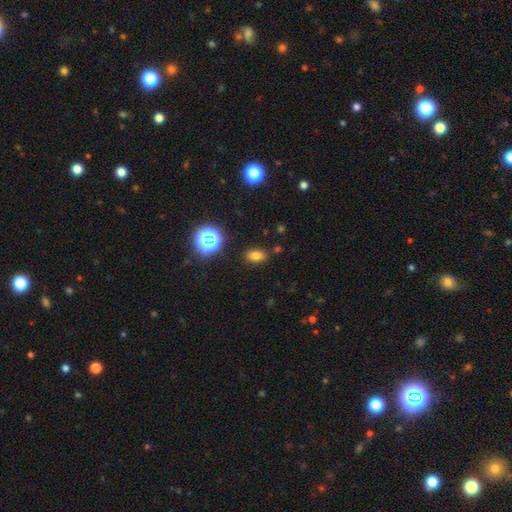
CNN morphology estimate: The model was most divided on "smooth or featured": smooth: 73%, star or artifact: 20%, featured or disk: 7%. More confident: merging — none (84%); how rounded — in between (80%).